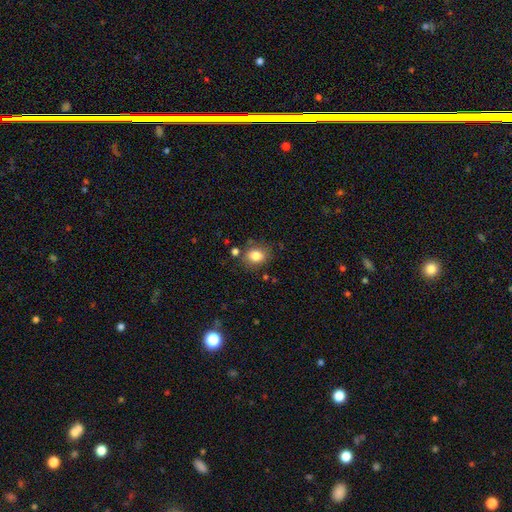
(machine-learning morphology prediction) Q: Smooth or featured?
A: smooth (82%); runner-up: star or artifact (10%)
Q: How rounded?
A: round (52%); runner-up: in between (47%)
Q: Merging?
A: none (75%); runner-up: minor disturbance (15%)